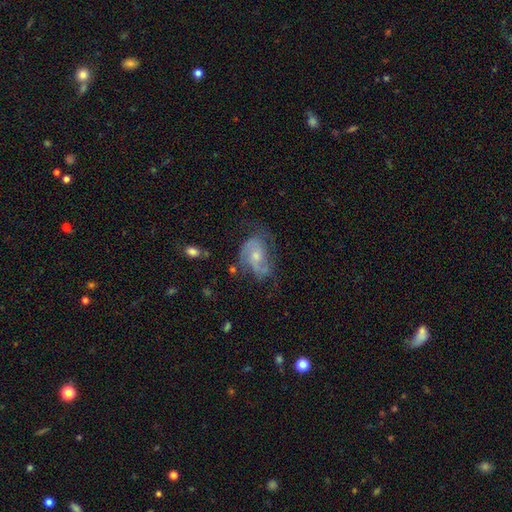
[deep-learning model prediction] A featured or disk galaxy (70%) with no bar (66%), 2 (59%) medium (46%) spiral arms (84%) and a small central bulge (47%).

Vote fractions:
- Smooth or featured? featured or disk: 70% / smooth: 22% / star or artifact: 9%
- Edge-on disk? no: 96% / yes: 4%
- Bar? no: 66% / weak: 28% / strong: 5%
- Spiral arms? yes: 84% / no: 16%
- Spiral winding? medium: 46% / loose: 28% / tight: 26%
- Spiral arm count? 2: 59% / can't tell: 21% / 3: 9% / 1: 6% / 4: 2% / more than 4: 2%
- Bulge size? small: 47% / moderate: 46% / none: 4% / large: 3% / dominant: 1%
- Merging? none: 49% / minor disturbance: 27% / major disturbance: 20% / merger: 4%